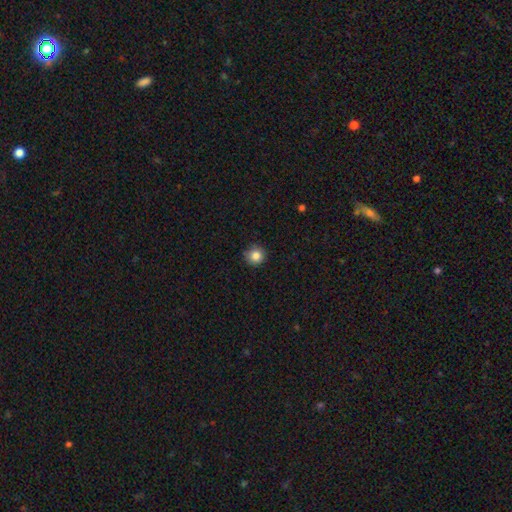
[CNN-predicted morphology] Smooth or featured: smooth — 84% (star or artifact — 11%)
How rounded: round — 93% (in between — 6%)
Merging: none — 81% (minor disturbance — 15%)